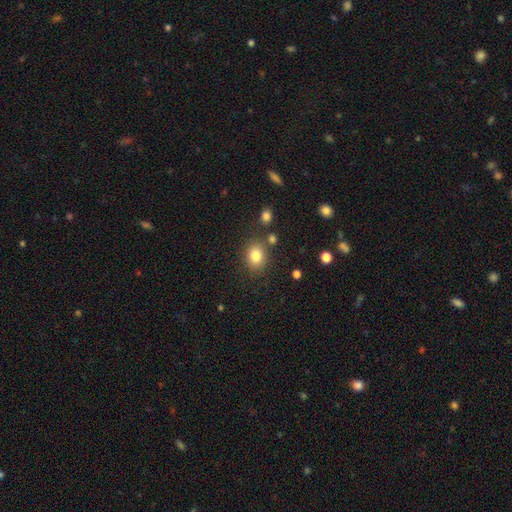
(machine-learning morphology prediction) Smooth or featured?
  - smooth: 82% *
  - star or artifact: 10%
  - featured or disk: 8%
How rounded?
  - round: 52% *
  - in between: 47%
  - cigar-shaped: 1%
Merging?
  - none: 78% *
  - minor disturbance: 12%
  - merger: 7%
  - major disturbance: 4%